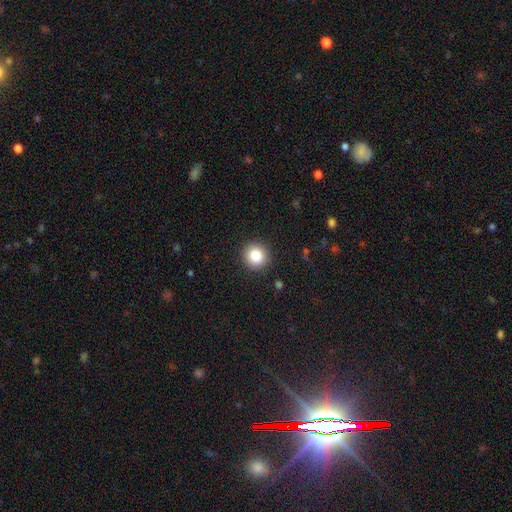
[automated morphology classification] Overall: smooth (86%). How rounded: round (91%). Merging: none (91%).